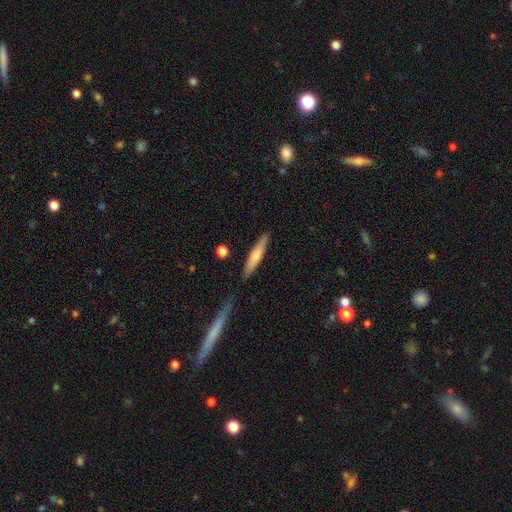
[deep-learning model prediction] This appears to be a smooth galaxy with no disk features (61%) that is cigar-shaped (90%). Merging: none (83%).